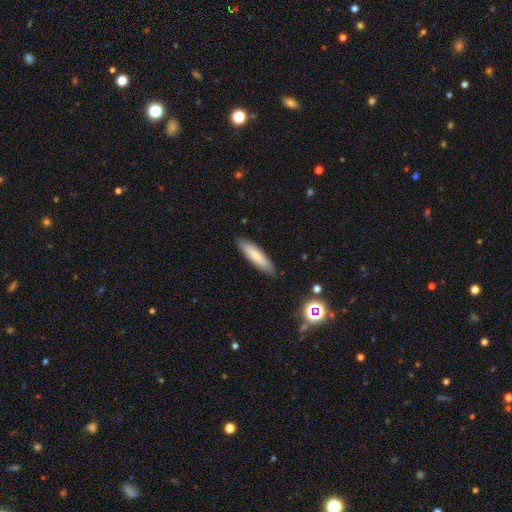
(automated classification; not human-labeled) A smooth galaxy with no disk features (79%) that is cigar-shaped (71%).

Vote fractions:
- Smooth or featured? smooth: 79% / featured or disk: 15% / star or artifact: 6%
- How rounded? cigar-shaped: 71% / in between: 28% / round: 1%
- Merging? none: 88% / minor disturbance: 9% / major disturbance: 2% / merger: 1%